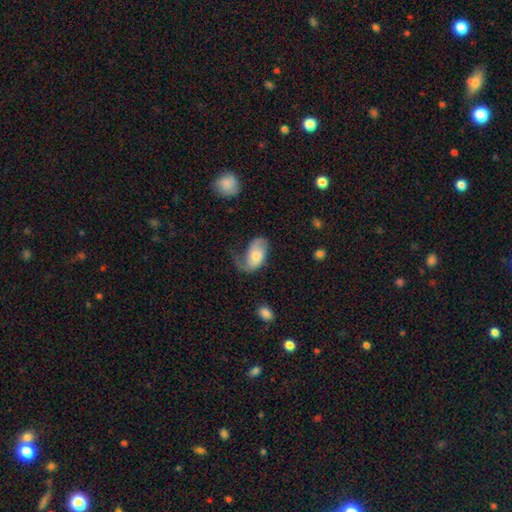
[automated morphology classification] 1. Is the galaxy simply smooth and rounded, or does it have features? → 49% featured or disk, 44% smooth, 7% star or artifact.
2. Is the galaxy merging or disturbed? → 35% major disturbance, 32% none, 30% minor disturbance, 3% merger.